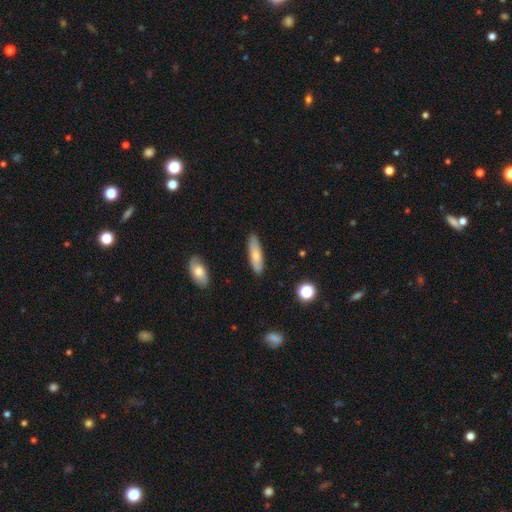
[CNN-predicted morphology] Overall: smooth (75%). How rounded: cigar-shaped (58%; in between 40%). Merging: none (85%).